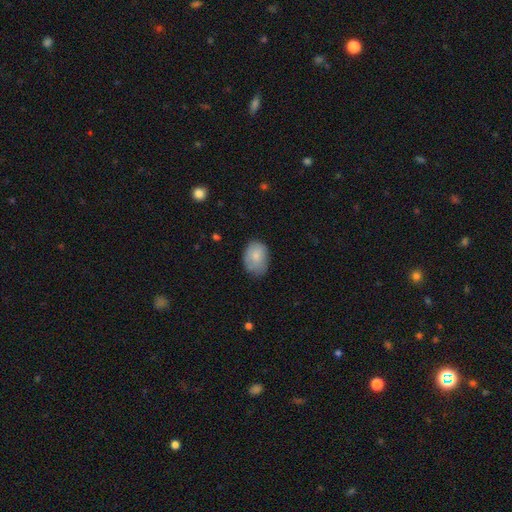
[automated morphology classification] This appears to be a smooth galaxy with no disk features (78%) that is in between round and cigar-shaped (77%). Merging: none (61%).